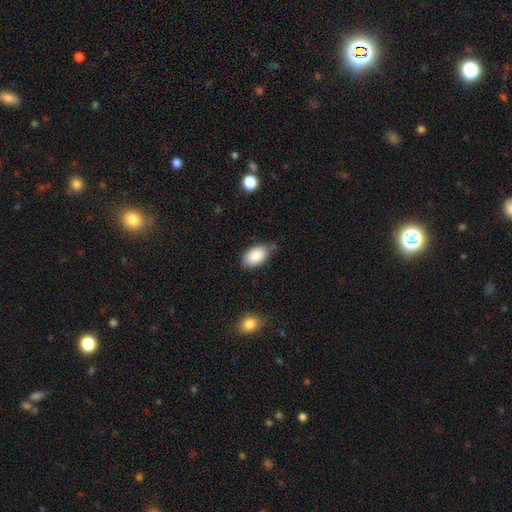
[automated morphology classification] This is clearly a smooth galaxy (88%). How rounded: clearly in between (94%). Merging: likely none (73%).